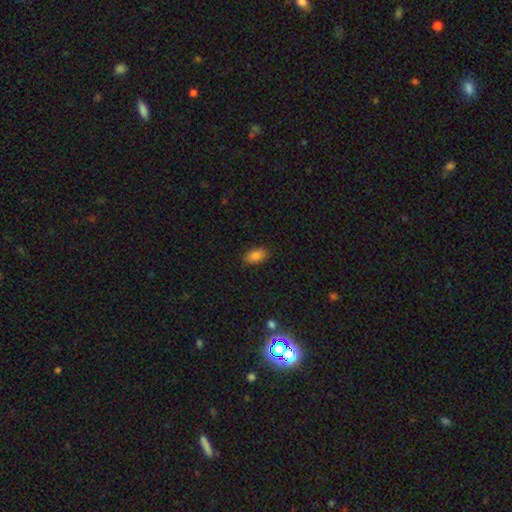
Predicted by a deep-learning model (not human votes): The model was most divided on "smooth or featured": smooth: 84%, star or artifact: 9%, featured or disk: 7%. More confident: how rounded — in between (91%); merging — none (87%).